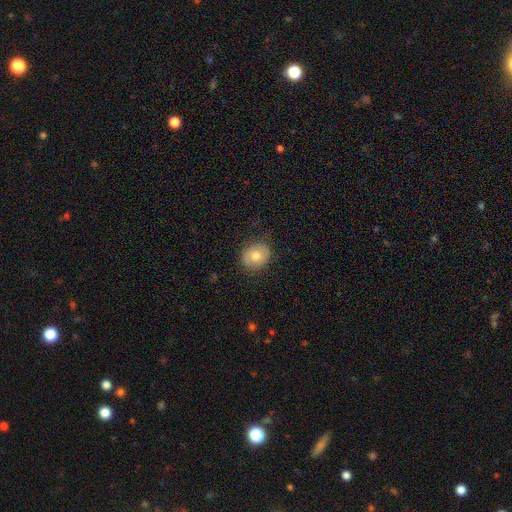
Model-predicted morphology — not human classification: Overall: smooth (69%). How rounded: round (69%; in between 31%). Merging: none (83%).